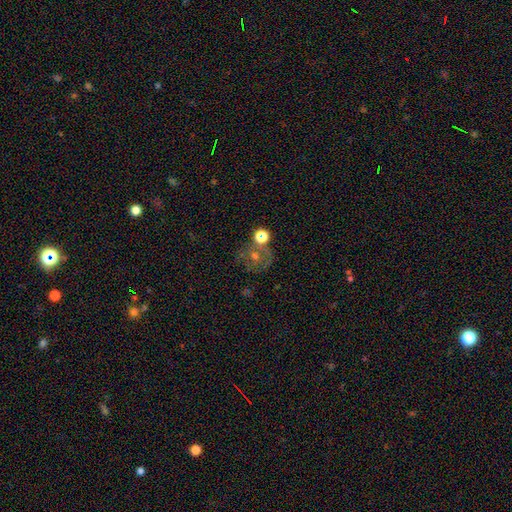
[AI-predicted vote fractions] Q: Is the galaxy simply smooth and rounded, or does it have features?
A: featured or disk — 37%.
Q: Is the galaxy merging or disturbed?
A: none — 54%.